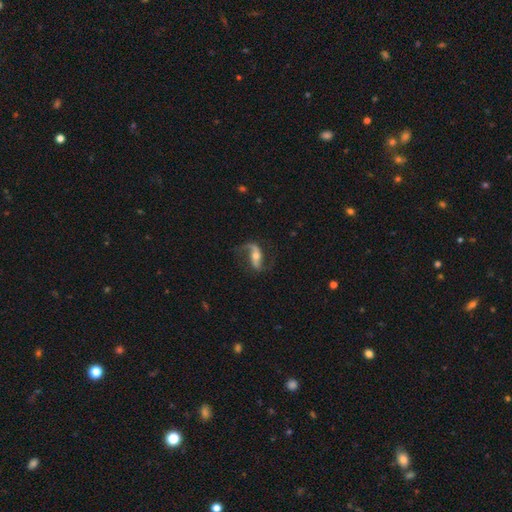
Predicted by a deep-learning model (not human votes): The model was most divided on "bar": strong: 37%, no: 32%, weak: 31%. More confident: spiral arms — yes (95%); edge-on disk — no (94%); spiral arm count — 2 (86%); smooth or featured — featured or disk (83%); merging — none (70%); spiral winding — loose (69%); bulge size — moderate (58%).